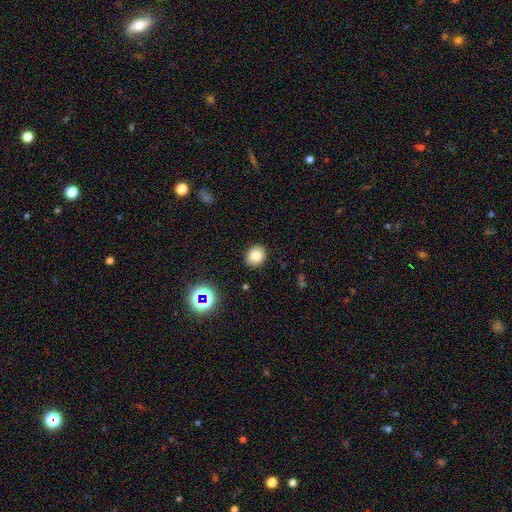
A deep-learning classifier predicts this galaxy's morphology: smooth_or_featured: smooth (p=0.80) [alt: star or artifact p=0.13]
how_rounded: round (p=0.70) [alt: in between p=0.29]
merging: none (p=0.88) [alt: minor disturbance p=0.09]